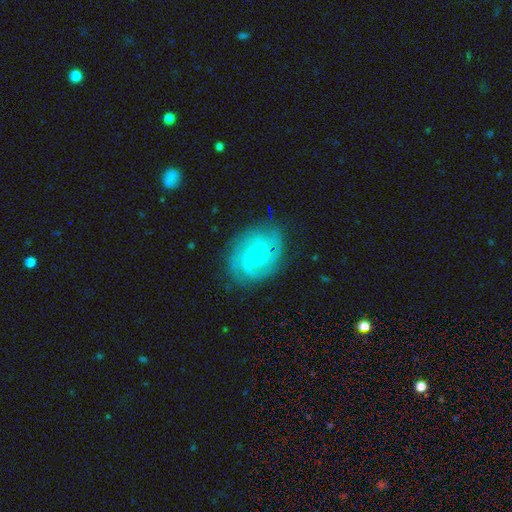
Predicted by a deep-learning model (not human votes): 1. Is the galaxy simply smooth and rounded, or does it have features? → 80% featured or disk, 13% smooth, 7% star or artifact.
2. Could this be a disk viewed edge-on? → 98% no, 2% yes.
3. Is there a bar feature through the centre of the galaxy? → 75% no, 22% weak, 3% strong.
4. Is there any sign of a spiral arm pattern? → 96% yes, 4% no.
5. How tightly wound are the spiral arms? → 62% tight, 31% medium, 7% loose.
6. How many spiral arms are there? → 26% 3, 25% 2, 24% can't tell, 13% 4, 7% more than 4, 6% 1.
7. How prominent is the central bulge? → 83% small, 8% moderate, 7% none, 1% large, 1% dominant.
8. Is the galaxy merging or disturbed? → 80% none, 14% minor disturbance, 5% major disturbance, 1% merger.